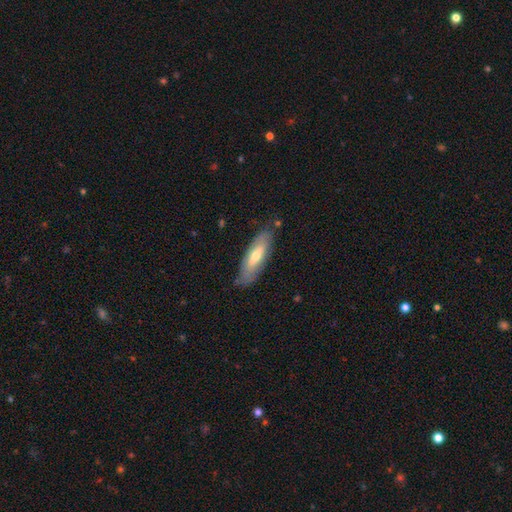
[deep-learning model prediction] Morphology: type=smooth (52%); roundness=in between (51%); merging=none (81%).